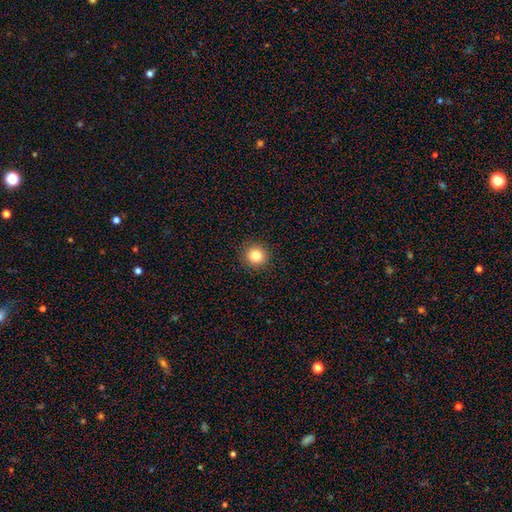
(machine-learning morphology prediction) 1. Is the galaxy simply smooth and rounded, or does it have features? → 83% smooth, 11% star or artifact, 6% featured or disk.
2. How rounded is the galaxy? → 94% round, 5% in between, 1% cigar-shaped.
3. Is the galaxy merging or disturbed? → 92% none, 5% minor disturbance, 2% major disturbance, 1% merger.